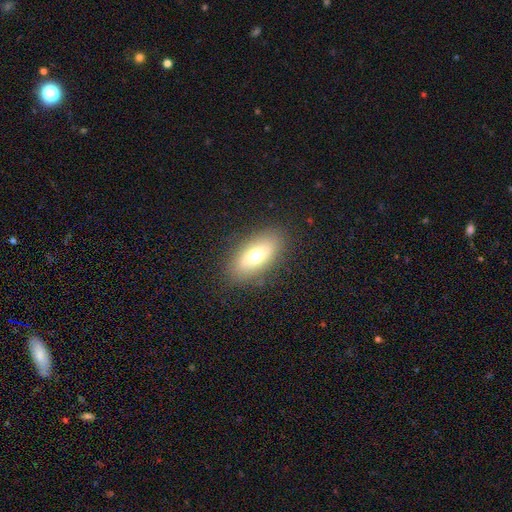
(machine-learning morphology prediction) The model was most divided on "smooth or featured": smooth: 68%, featured or disk: 23%, star or artifact: 9%. More confident: merging — none (85%); how rounded — in between (85%).